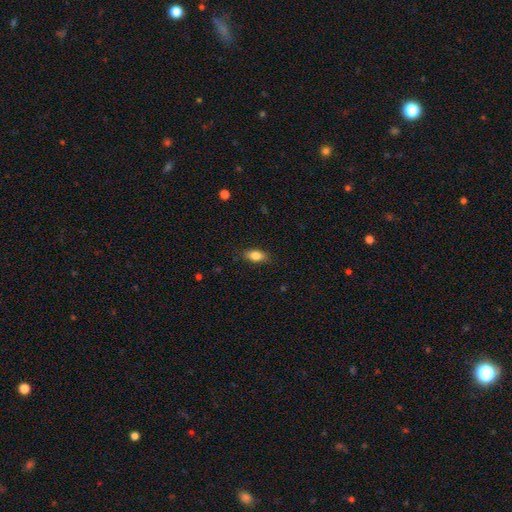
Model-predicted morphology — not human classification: smooth_or_featured: smooth (p=0.83) [alt: featured or disk p=0.09]
how_rounded: in between (p=0.85) [alt: cigar-shaped p=0.09]
merging: none (p=0.85) [alt: minor disturbance p=0.12]